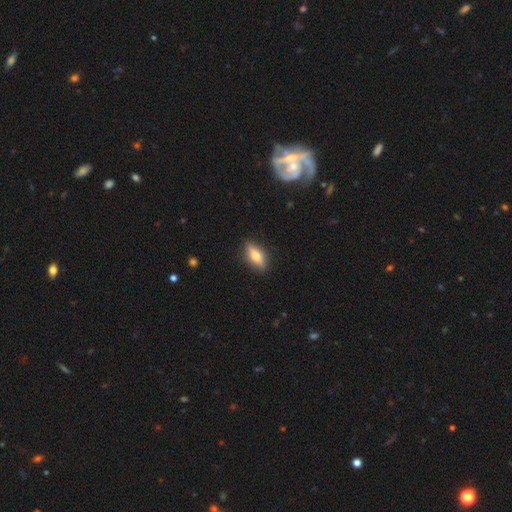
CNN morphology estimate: Smooth or featured: smooth — 56% (featured or disk — 36%)
How rounded: in between — 65% (cigar-shaped — 31%)
Merging: none — 87% (minor disturbance — 10%)